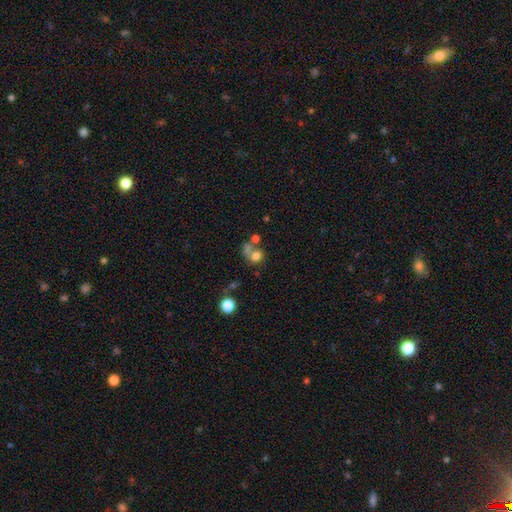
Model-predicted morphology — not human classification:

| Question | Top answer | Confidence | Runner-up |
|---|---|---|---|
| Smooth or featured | smooth | 66% | featured or disk (21%) |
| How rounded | round | 67% | in between (32%) |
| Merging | merger | 46% | none (27%) |